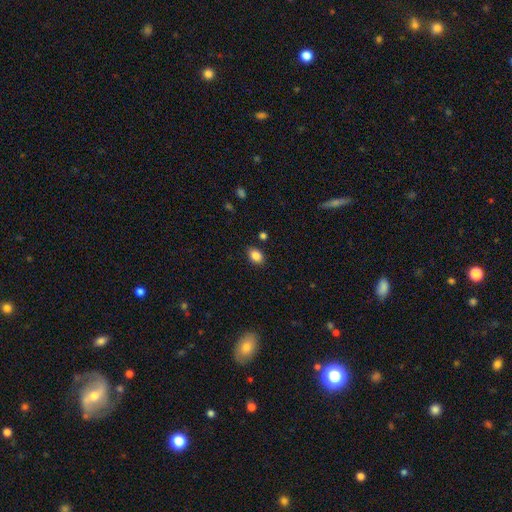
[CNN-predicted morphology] smooth-or-featured: smooth: 86% | star or artifact: 9% | featured or disk: 5%
  how-rounded: in between: 72% | round: 27% | cigar-shaped: 1%
  merging: none: 85% | minor disturbance: 10% | major disturbance: 2% | merger: 2%